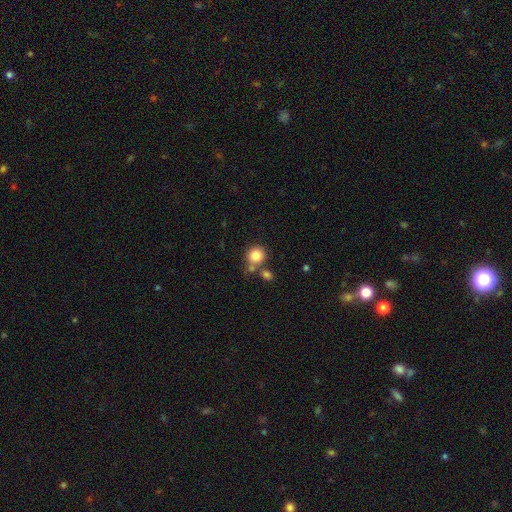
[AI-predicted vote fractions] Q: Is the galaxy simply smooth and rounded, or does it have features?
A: smooth — 82%.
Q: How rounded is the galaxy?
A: round — 87%.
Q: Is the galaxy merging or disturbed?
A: none — 60%.